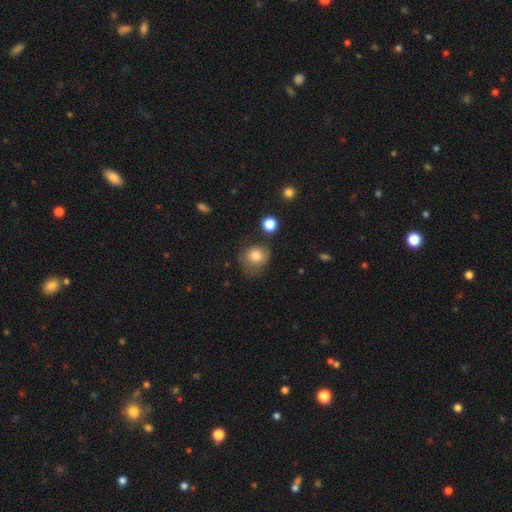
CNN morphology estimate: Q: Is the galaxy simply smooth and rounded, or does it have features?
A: smooth — 78%.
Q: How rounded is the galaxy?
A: round — 74%.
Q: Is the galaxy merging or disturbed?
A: none — 49%.